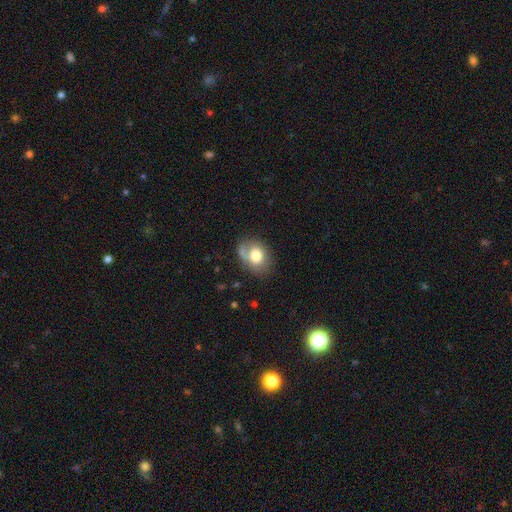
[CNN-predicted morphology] Q: Smooth or featured?
A: smooth (68%); runner-up: featured or disk (24%)
Q: How rounded?
A: in between (59%); runner-up: round (40%)
Q: Merging?
A: none (50%); runner-up: minor disturbance (27%)